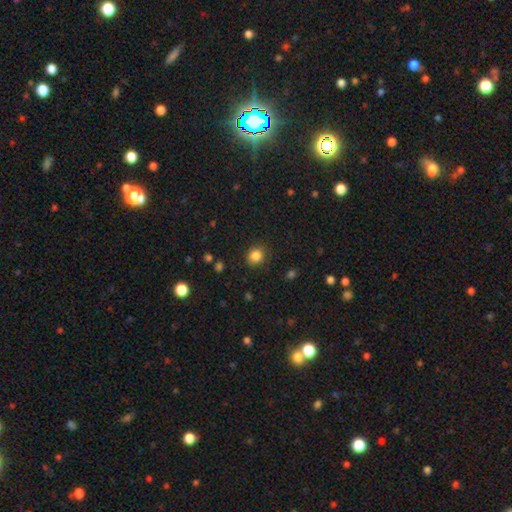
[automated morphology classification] This appears to be a smooth galaxy with no disk features (85%) that is round (79%). Merging: none (86%).